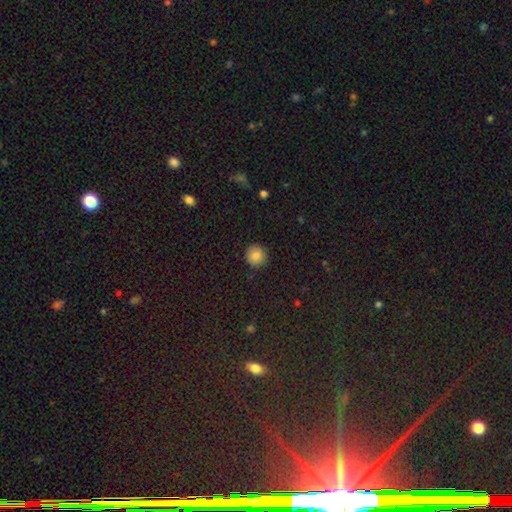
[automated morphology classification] Smooth or featured? smooth (86%)
How rounded? round (92%)
Merging? none (89%)